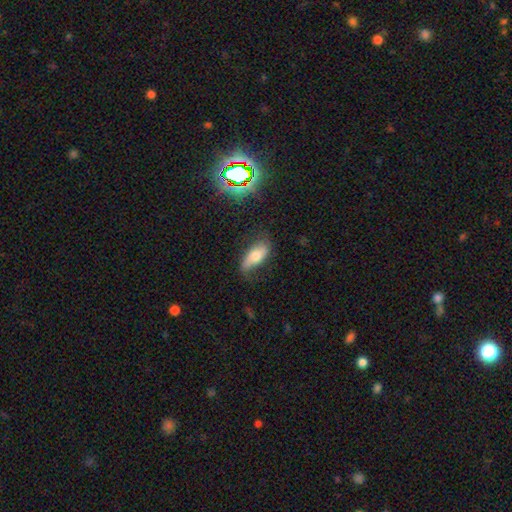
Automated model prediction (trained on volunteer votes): A smooth galaxy with no disk features (54%) that is in between round and cigar-shaped (81%).

Vote fractions:
- Smooth or featured? smooth: 54% / featured or disk: 36% / star or artifact: 10%
- How rounded? in between: 81% / cigar-shaped: 15% / round: 4%
- Merging? none: 61% / minor disturbance: 28% / major disturbance: 9% / merger: 2%